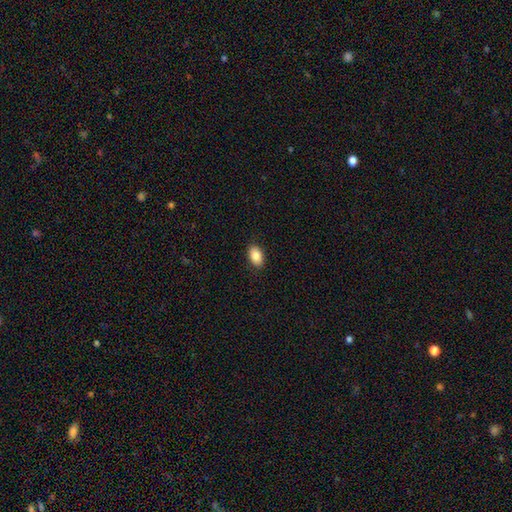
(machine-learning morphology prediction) smooth_or_featured: smooth (p=0.87) [alt: star or artifact p=0.07]
how_rounded: in between (p=0.91) [alt: round p=0.07]
merging: none (p=0.89) [alt: minor disturbance p=0.08]